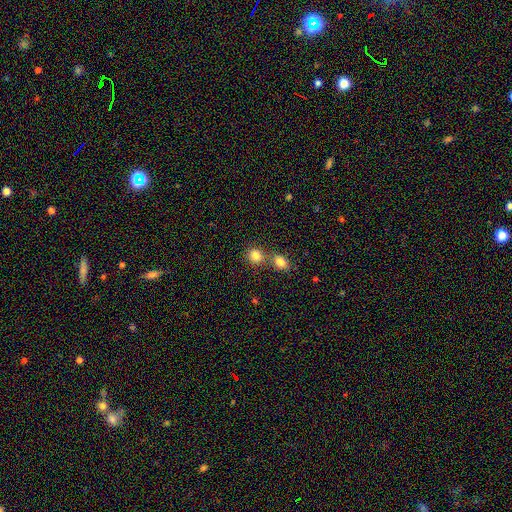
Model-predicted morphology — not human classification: smooth 82%, star or artifact 11%, featured or disk 6%. Down the decision tree: how rounded — round (81%); merging — none (53%).